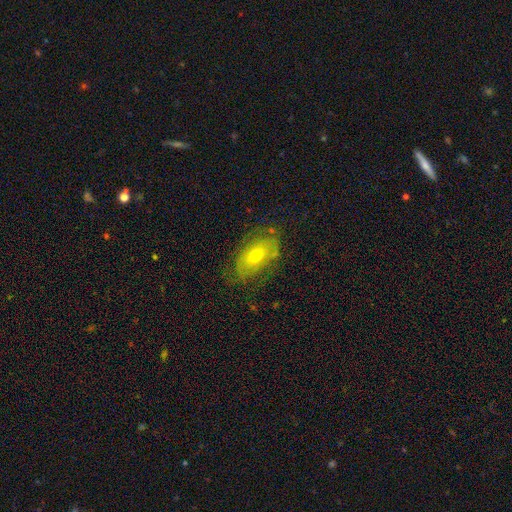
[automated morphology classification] smooth 47%, featured or disk 45%, star or artifact 8%. Down the decision tree: merging — none (64%).